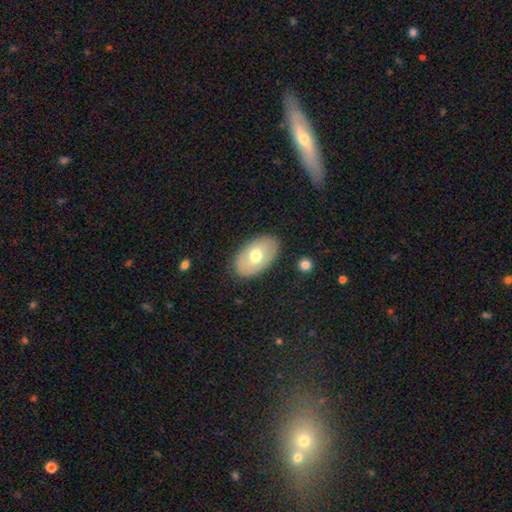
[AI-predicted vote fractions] Smooth or featured? smooth (62%)
How rounded? in between (91%)
Merging? none (84%)